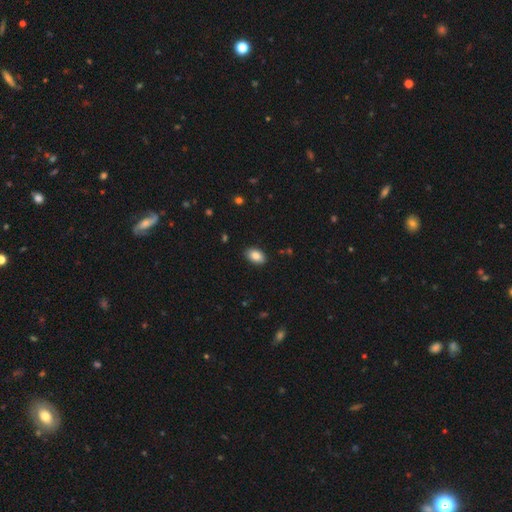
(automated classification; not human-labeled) smooth 86%, star or artifact 8%, featured or disk 6%. Down the decision tree: how rounded — in between (88%); merging — none (88%).